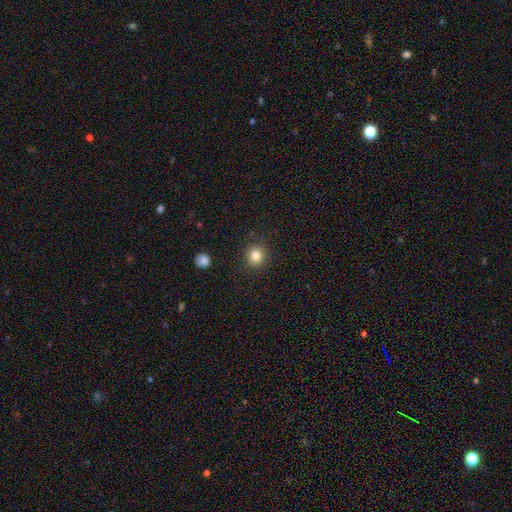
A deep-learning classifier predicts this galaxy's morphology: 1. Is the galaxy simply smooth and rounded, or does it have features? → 83% smooth, 11% star or artifact, 6% featured or disk.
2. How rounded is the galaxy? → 88% round, 11% in between, 1% cigar-shaped.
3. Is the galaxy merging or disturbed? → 89% none, 7% minor disturbance, 2% major disturbance, 1% merger.